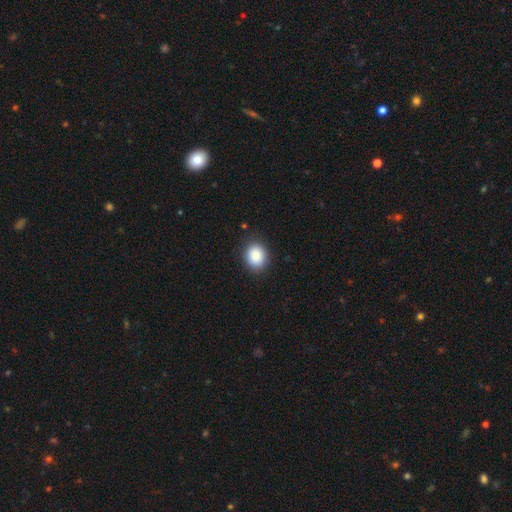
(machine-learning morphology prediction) Smooth or featured? Predicted: smooth (p=0.88). How rounded? Predicted: round (p=0.54). Merging? Predicted: none (p=0.87).